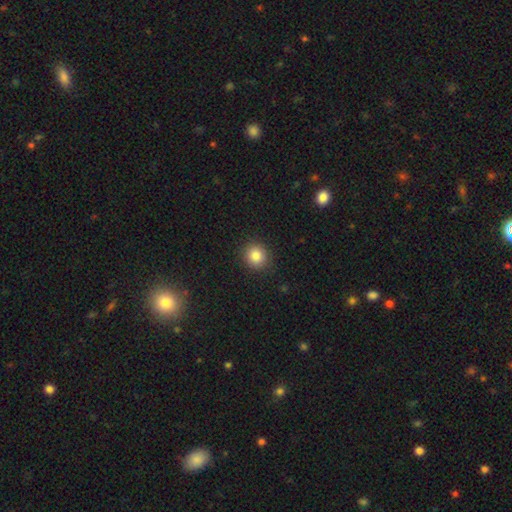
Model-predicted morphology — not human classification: This is clearly a smooth galaxy (85%). How rounded: clearly round (88%). Merging: clearly none (90%).